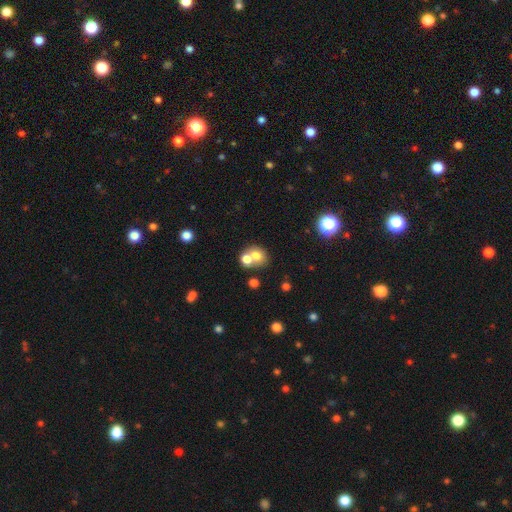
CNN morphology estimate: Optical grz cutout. It shows a smooth galaxy with no disk features (71%) that is round (67%). Merging: merger (57%).